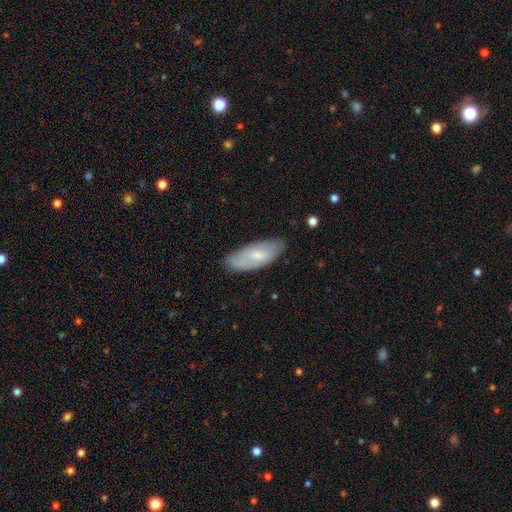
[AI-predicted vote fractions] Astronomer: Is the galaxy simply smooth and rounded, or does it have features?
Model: smooth — 60%.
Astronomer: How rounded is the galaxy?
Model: in between — 77%.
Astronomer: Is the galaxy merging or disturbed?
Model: none — 78%.